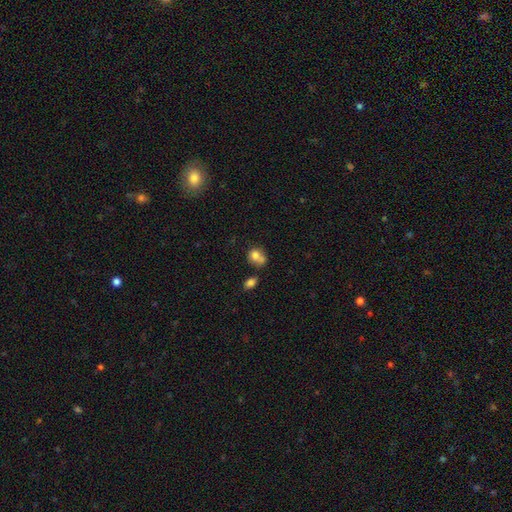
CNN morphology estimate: Smooth or featured? smooth (76%)
How rounded? round (60%)
Merging? merger (50%)